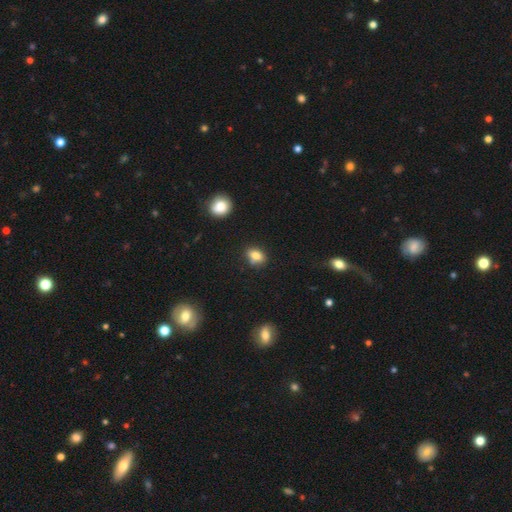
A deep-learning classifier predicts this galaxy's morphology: A smooth galaxy with no disk features (79%) that is in between round and cigar-shaped (67%).

Vote fractions:
- Smooth or featured? smooth: 79% / star or artifact: 11% / featured or disk: 10%
- How rounded? in between: 67% / round: 31% / cigar-shaped: 2%
- Merging? none: 67% / minor disturbance: 19% / merger: 10% / major disturbance: 4%